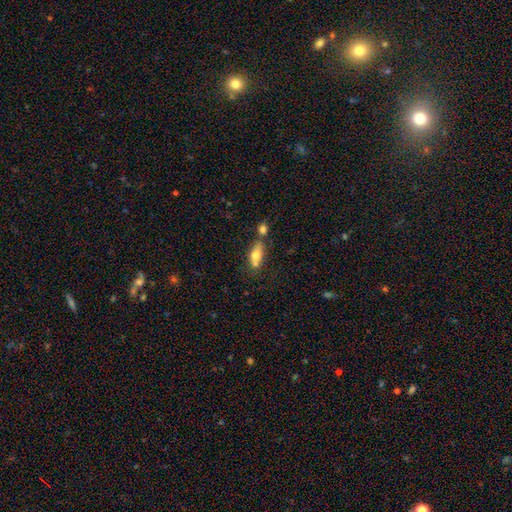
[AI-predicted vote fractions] Morphology: type=smooth (69%); roundness=in between (74%); merging=none (44%).